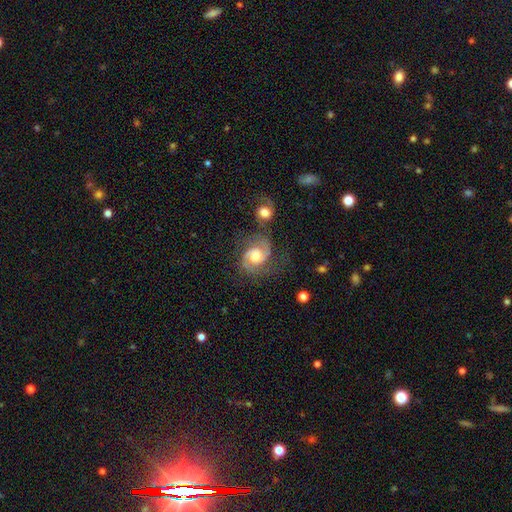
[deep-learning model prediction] Smooth or featured? Predicted: featured or disk (p=0.86). Edge-on disk? Predicted: no (p=0.98). Bar? Predicted: no (p=0.66). Spiral arms? Predicted: yes (p=0.97). Spiral winding? Predicted: medium (p=0.55). Spiral arm count? Predicted: 2 (p=0.91). Bulge size? Predicted: moderate (p=0.71). Merging? Predicted: none (p=0.63).